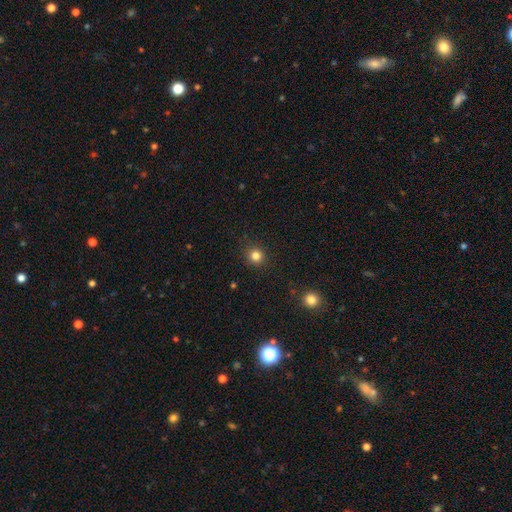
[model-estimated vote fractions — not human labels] Smooth or featured? Predicted: smooth (p=0.82). How rounded? Predicted: round (p=0.92). Merging? Predicted: none (p=0.91).